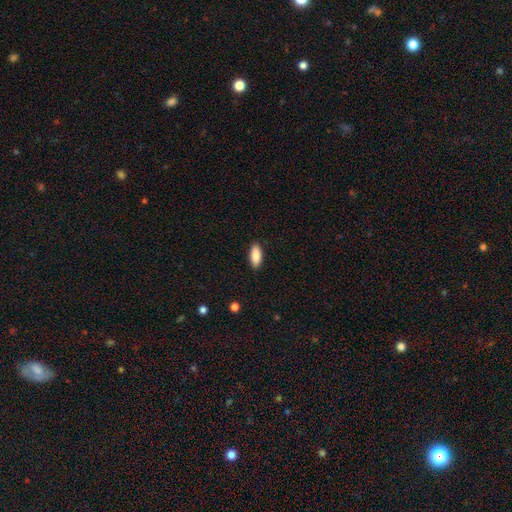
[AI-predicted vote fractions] A smooth galaxy with no disk features (90%) that is in between round and cigar-shaped (84%).

Vote fractions:
- Smooth or featured? smooth: 90% / star or artifact: 6% / featured or disk: 4%
- How rounded? in between: 84% / cigar-shaped: 14% / round: 2%
- Merging? none: 89% / minor disturbance: 8% / major disturbance: 2% / merger: 1%